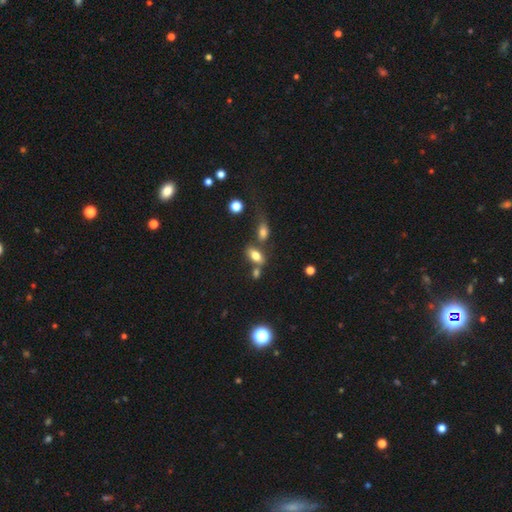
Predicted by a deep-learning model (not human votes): Morphology: type=smooth (75%); roundness=in between (87%); merging=none (53%).